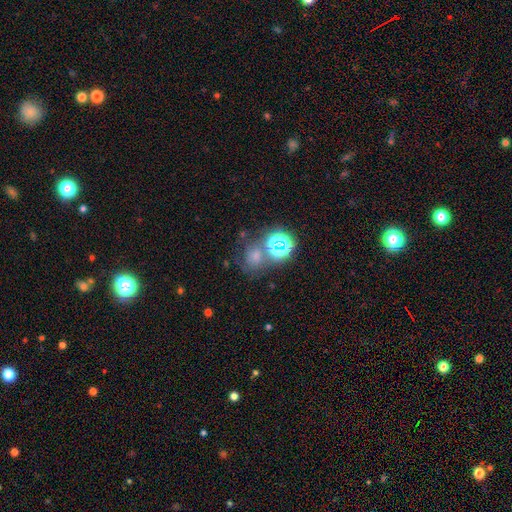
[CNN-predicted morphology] Q: Smooth or featured?
A: smooth (50%); runner-up: star or artifact (34%)
Q: Merging?
A: none (49%); runner-up: merger (25%)